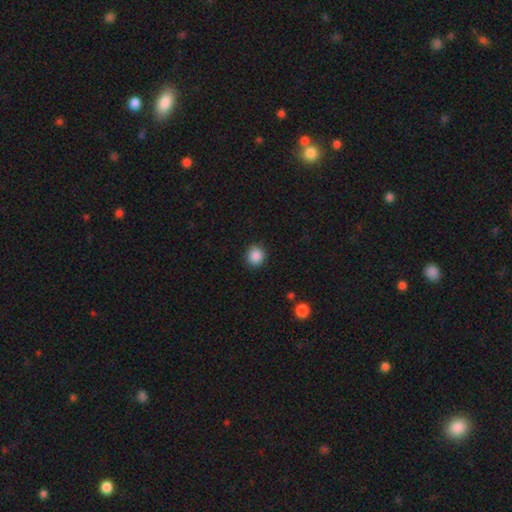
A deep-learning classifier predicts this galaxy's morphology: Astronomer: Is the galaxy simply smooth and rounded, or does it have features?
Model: smooth — 88%.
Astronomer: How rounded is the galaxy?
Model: round — 85%.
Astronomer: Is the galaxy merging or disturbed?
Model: none — 89%.